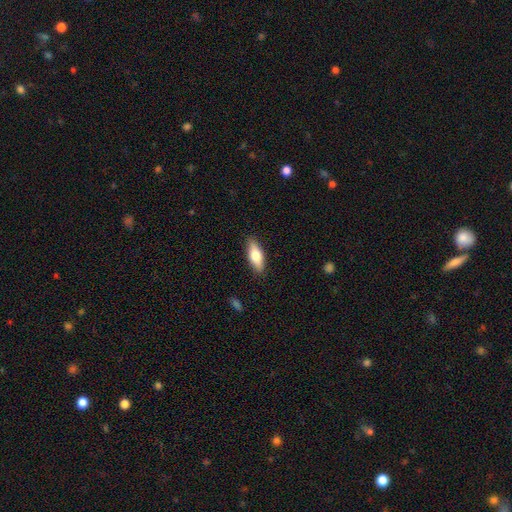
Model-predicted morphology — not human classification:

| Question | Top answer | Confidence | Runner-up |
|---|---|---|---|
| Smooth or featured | smooth | 69% | featured or disk (25%) |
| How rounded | in between | 68% | cigar-shaped (30%) |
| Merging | none | 88% | minor disturbance (9%) |